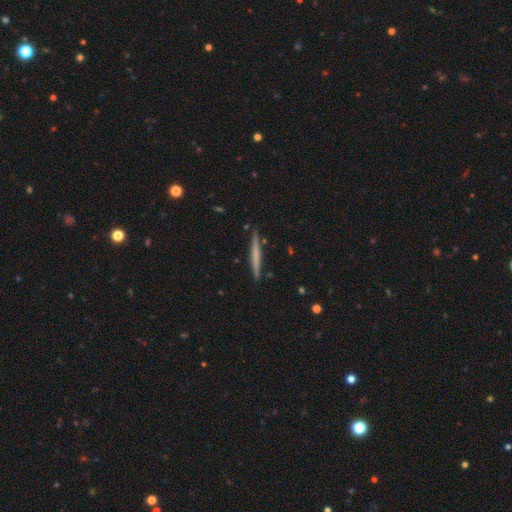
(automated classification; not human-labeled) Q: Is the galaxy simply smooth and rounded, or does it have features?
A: smooth — 49%.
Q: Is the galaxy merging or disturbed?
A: none — 90%.